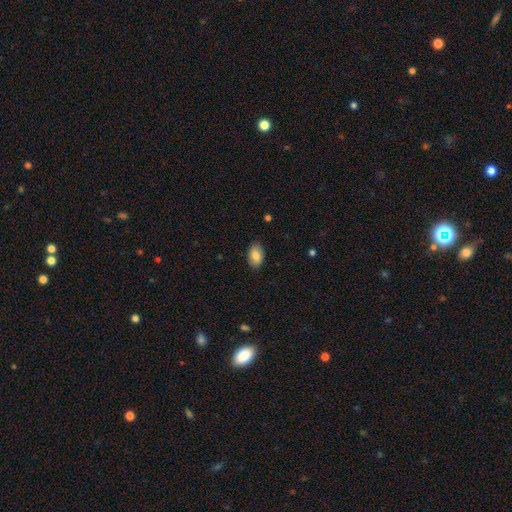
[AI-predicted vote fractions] Q: Smooth or featured?
A: smooth (82%); runner-up: featured or disk (11%)
Q: How rounded?
A: in between (92%); runner-up: round (7%)
Q: Merging?
A: none (85%); runner-up: minor disturbance (12%)